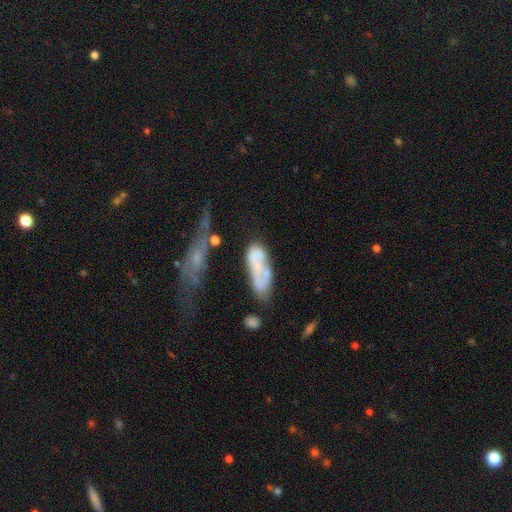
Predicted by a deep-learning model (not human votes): Smooth or featured?
  - smooth: 53% *
  - featured or disk: 39%
  - star or artifact: 8%
How rounded?
  - in between: 70% *
  - cigar-shaped: 26%
  - round: 4%
Merging?
  - none: 28% *
  - major disturbance: 26%
  - minor disturbance: 23%
  - merger: 23%